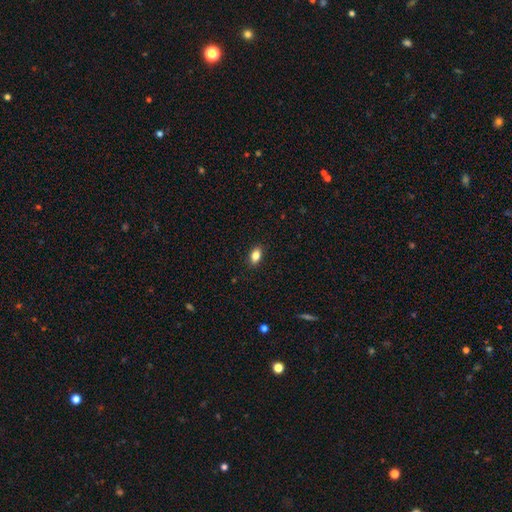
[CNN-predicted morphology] Smooth or featured: smooth — 84% (star or artifact — 9%)
How rounded: in between — 87% (round — 8%)
Merging: none — 89% (minor disturbance — 8%)